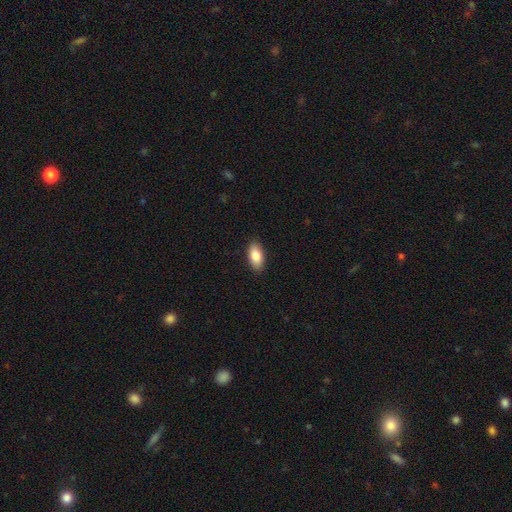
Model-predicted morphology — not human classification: smooth 85%, featured or disk 9%, star or artifact 6%. Down the decision tree: how rounded — in between (91%); merging — none (88%).